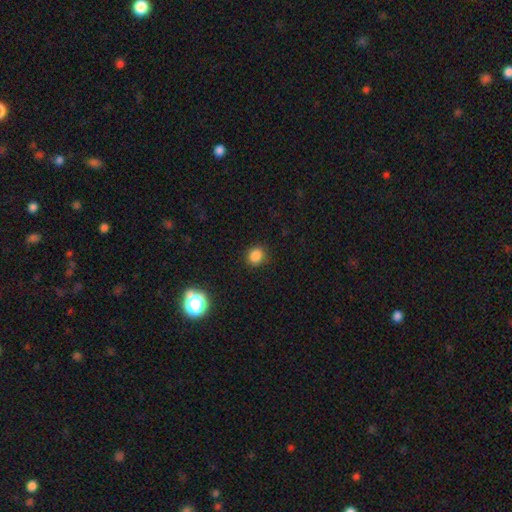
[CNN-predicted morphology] Overall: smooth (84%). How rounded: round (78%). Merging: none (87%).